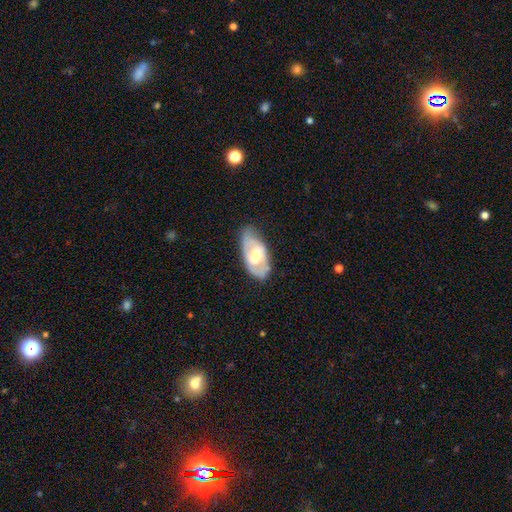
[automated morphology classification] Smooth or featured?
  - featured or disk: 59% *
  - smooth: 35%
  - star or artifact: 6%
Edge-on disk?
  - no: 89% *
  - yes: 11%
Bar?
  - weak: 45% *
  - no: 33%
  - strong: 22%
Spiral arms?
  - yes: 52% *
  - no: 48%
Bulge size?
  - moderate: 52% *
  - large: 31%
  - small: 12%
  - none: 3%
  - dominant: 2%
Merging?
  - none: 59% *
  - minor disturbance: 30%
  - major disturbance: 9%
  - merger: 2%